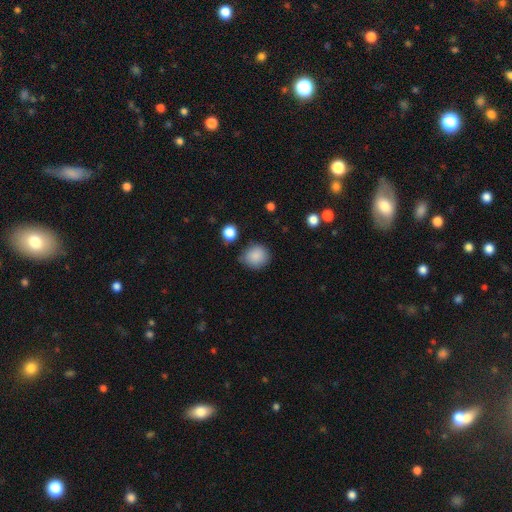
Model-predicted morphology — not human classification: Q: Smooth or featured?
A: smooth (87%); runner-up: star or artifact (9%)
Q: How rounded?
A: round (83%); runner-up: in between (16%)
Q: Merging?
A: none (74%); runner-up: minor disturbance (19%)